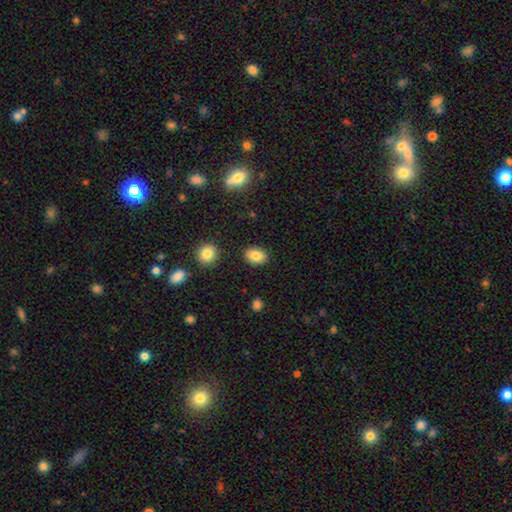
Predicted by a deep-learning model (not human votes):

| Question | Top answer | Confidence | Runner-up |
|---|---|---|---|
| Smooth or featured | smooth | 83% | star or artifact (9%) |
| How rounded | in between | 71% | round (28%) |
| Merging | none | 88% | minor disturbance (8%) |